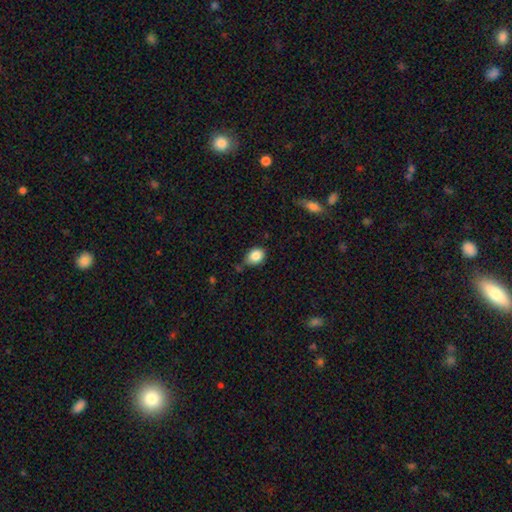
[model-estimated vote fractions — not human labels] Q: Smooth or featured?
A: smooth (85%); runner-up: star or artifact (9%)
Q: How rounded?
A: in between (57%); runner-up: round (42%)
Q: Merging?
A: none (66%); runner-up: minor disturbance (24%)